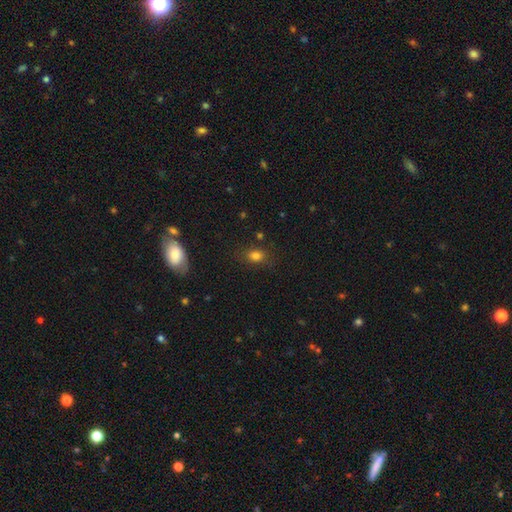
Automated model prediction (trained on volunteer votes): Overall: smooth (78%). How rounded: in between (63%; round 35%). Merging: none (79%).